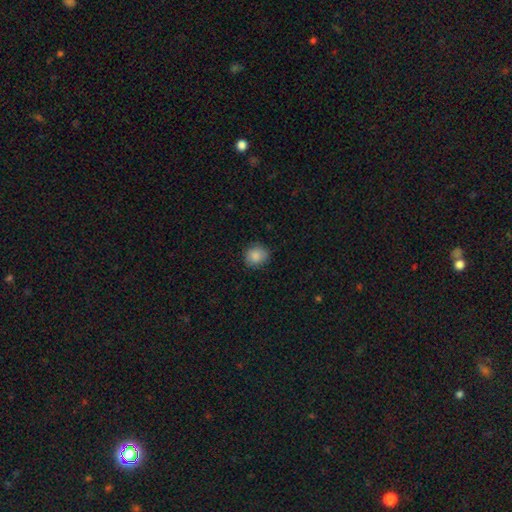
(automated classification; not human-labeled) Smooth or featured? smooth (87%)
How rounded? round (81%)
Merging? none (85%)